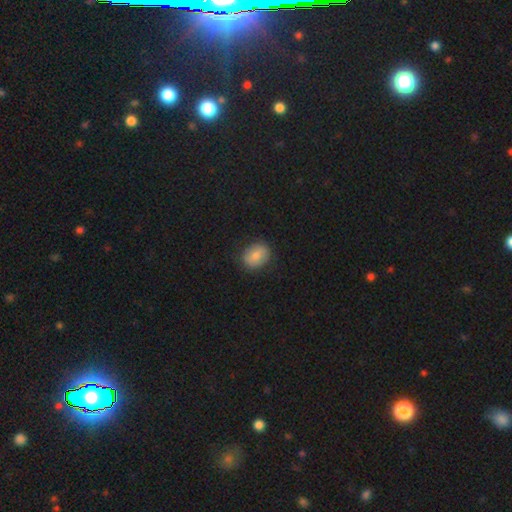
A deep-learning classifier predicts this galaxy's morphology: A smooth galaxy with no disk features (81%) that is in between round and cigar-shaped (51%).

Vote fractions:
- Smooth or featured? smooth: 81% / featured or disk: 11% / star or artifact: 8%
- How rounded? in between: 51% / round: 48% / cigar-shaped: 1%
- Merging? none: 84% / minor disturbance: 12% / major disturbance: 3% / merger: 1%